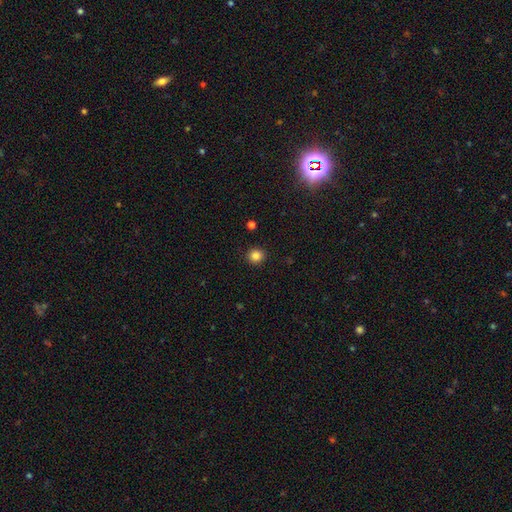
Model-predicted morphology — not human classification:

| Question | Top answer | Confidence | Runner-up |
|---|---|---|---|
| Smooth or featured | smooth | 84% | star or artifact (12%) |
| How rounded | round | 89% | in between (10%) |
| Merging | none | 91% | minor disturbance (6%) |